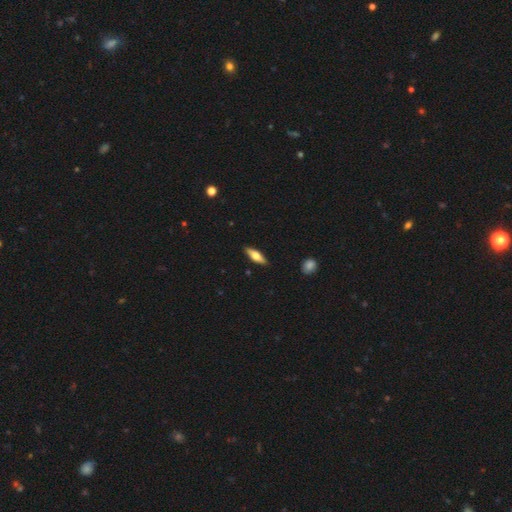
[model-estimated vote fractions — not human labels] Smooth or featured?
  - smooth: 55% *
  - featured or disk: 39%
  - star or artifact: 6%
How rounded?
  - in between: 49% * (tied)
  - cigar-shaped: 49% * (tied)
  - round: 2%
Merging?
  - none: 89% *
  - minor disturbance: 8%
  - major disturbance: 2%
  - merger: 1%